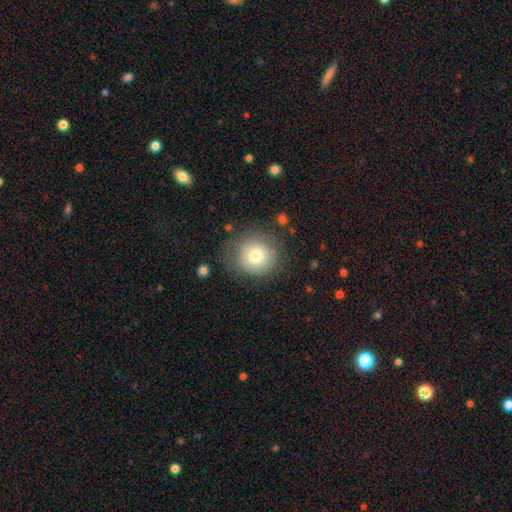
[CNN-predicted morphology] This appears to be a smooth galaxy with no disk features (77%) that is round (86%). Merging: none (74%).